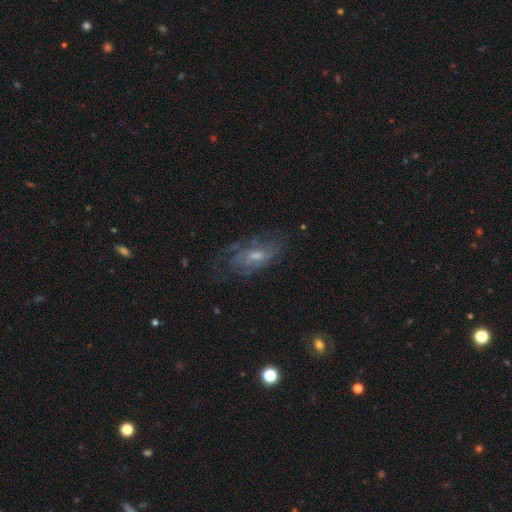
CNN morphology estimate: The model was most divided on "bulge size": moderate: 47%, small: 41%, none: 7%, large: 4%, dominant: 1%. More confident: edge-on disk — no (90%); spiral arms — yes (74%); smooth or featured — featured or disk (64%); merging — none (58%); bar — no (57%).